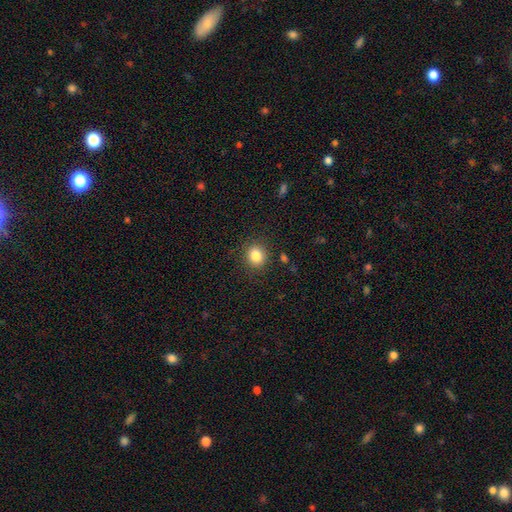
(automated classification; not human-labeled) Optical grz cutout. It shows a smooth galaxy with no disk features (84%) that is round (76%). Merging: none (87%).